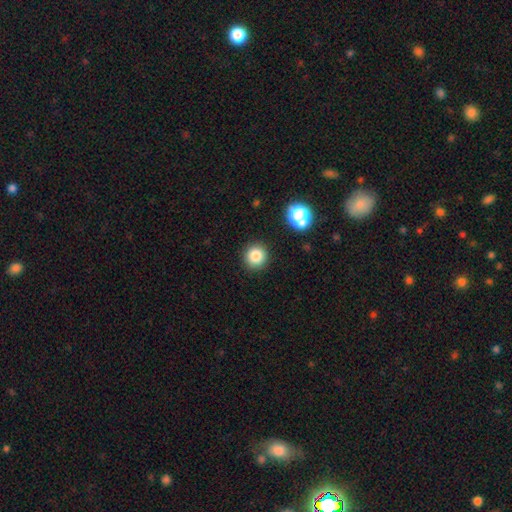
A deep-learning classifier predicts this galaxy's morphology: smooth 83%, star or artifact 12%, featured or disk 5%. Down the decision tree: how rounded — round (92%); merging — none (90%).